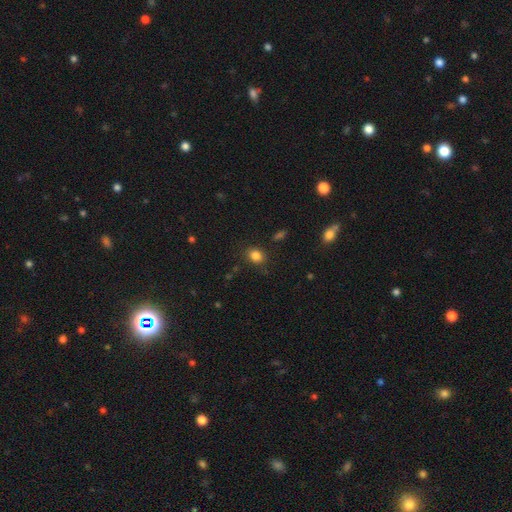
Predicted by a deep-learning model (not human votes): A smooth galaxy with no disk features (84%) that is in between round and cigar-shaped (50%).

Vote fractions:
- Smooth or featured? smooth: 84% / star or artifact: 12% / featured or disk: 5%
- How rounded? in between: 50% / round: 48% / cigar-shaped: 1%
- Merging? none: 85% / minor disturbance: 10% / major disturbance: 3% / merger: 2%